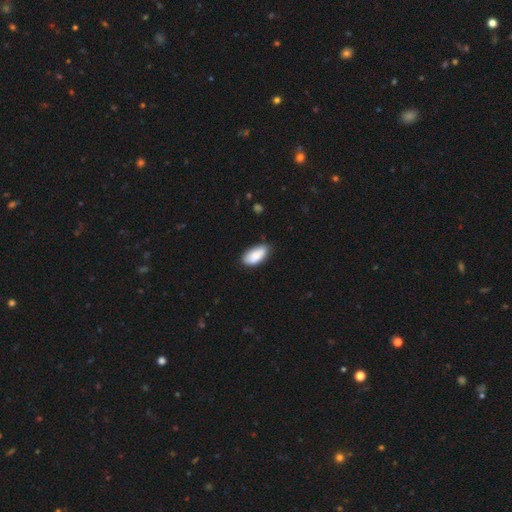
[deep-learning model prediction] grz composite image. It shows a smooth galaxy with no disk features (88%) that is in between round and cigar-shaped (92%). Merging: none (74%).